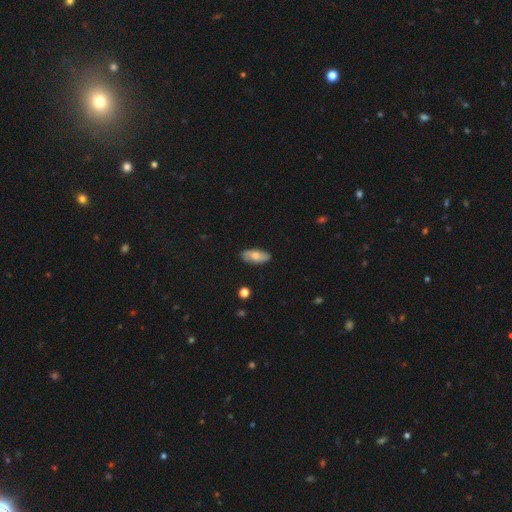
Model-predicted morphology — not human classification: smooth_or_featured: smooth (p=0.64) [alt: featured or disk p=0.29]
how_rounded: in between (p=0.89) [alt: cigar-shaped p=0.08]
merging: none (p=0.85) [alt: minor disturbance p=0.11]